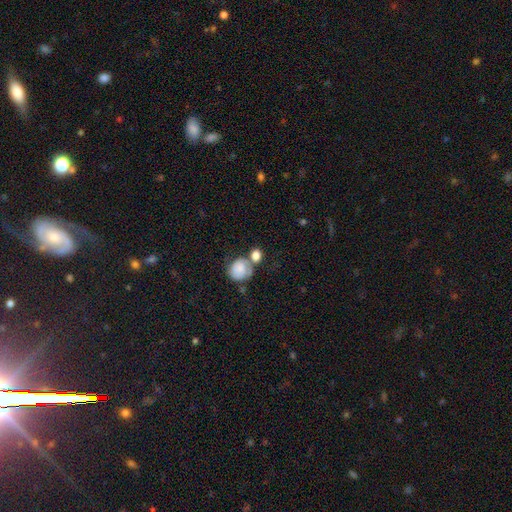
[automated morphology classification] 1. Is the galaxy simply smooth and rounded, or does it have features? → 81% smooth, 10% featured or disk, 9% star or artifact.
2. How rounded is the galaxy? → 72% round, 27% in between, 1% cigar-shaped.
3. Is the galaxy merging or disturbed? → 41% none, 40% merger, 13% minor disturbance, 6% major disturbance.